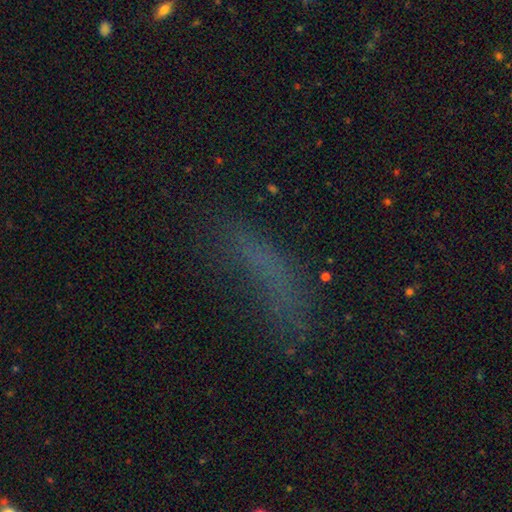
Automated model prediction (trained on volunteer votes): Smooth or featured? Predicted: smooth (p=0.49). Merging? Predicted: none (p=0.44).